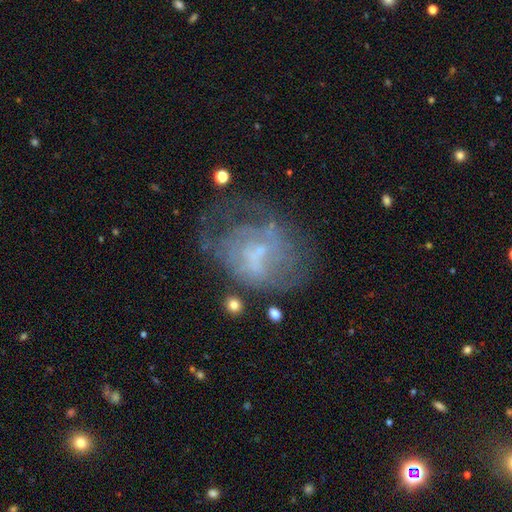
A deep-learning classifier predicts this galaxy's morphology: featured or disk 61%, smooth 26%, star or artifact 13%. Down the decision tree: edge-on disk — no (97%); bar — no (62%); spiral arms — no (55%); bulge size — small (52%); merging — none (40%).